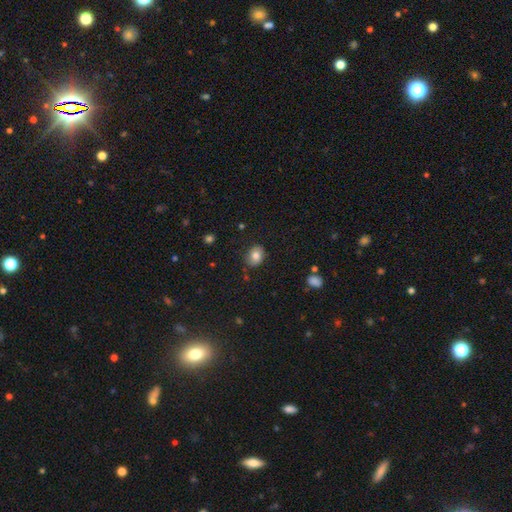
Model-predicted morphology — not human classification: Q: Smooth or featured?
A: smooth (80%); runner-up: featured or disk (11%)
Q: How rounded?
A: in between (56%); runner-up: round (43%)
Q: Merging?
A: none (80%); runner-up: minor disturbance (15%)